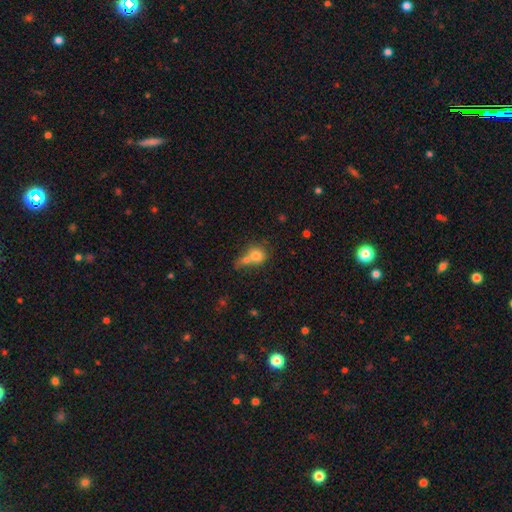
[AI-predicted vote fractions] Smooth or featured? Predicted: smooth (p=0.75). How rounded? Predicted: round (p=0.73). Merging? Predicted: merger (p=0.58).